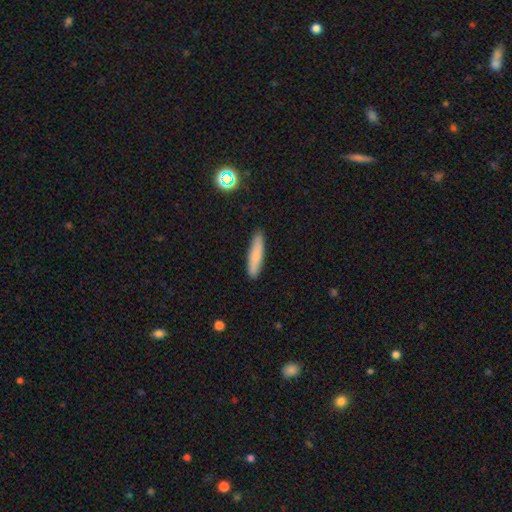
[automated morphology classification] Smooth or featured? Predicted: smooth (p=0.77). How rounded? Predicted: cigar-shaped (p=0.84). Merging? Predicted: none (p=0.89).